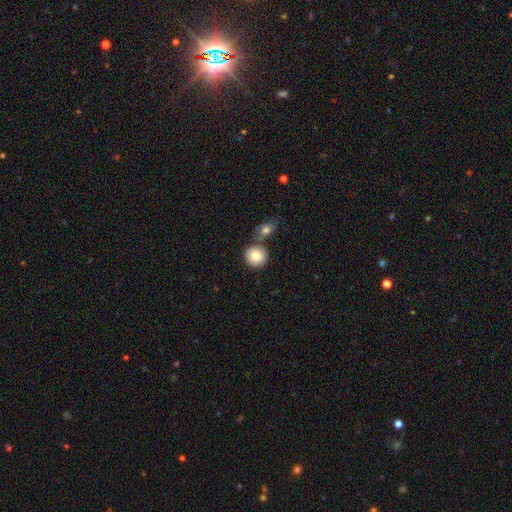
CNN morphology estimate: Overall: smooth (82%). How rounded: round (89%). Merging: none (66%).